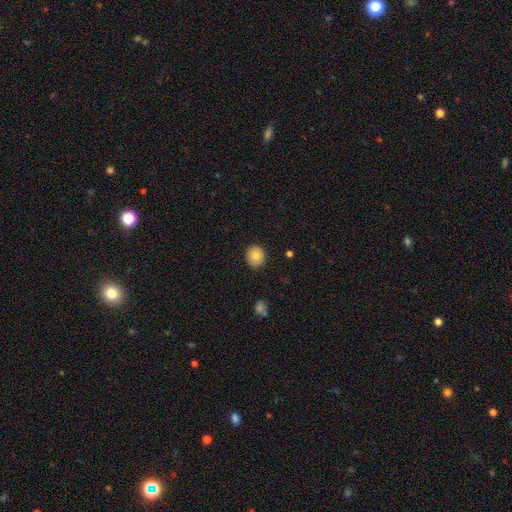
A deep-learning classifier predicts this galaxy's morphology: A smooth galaxy with no disk features (82%) that is round (87%).

Vote fractions:
- Smooth or featured? smooth: 82% / featured or disk: 9% / star or artifact: 9%
- How rounded? round: 87% / in between: 12% / cigar-shaped: 1%
- Merging? none: 91% / minor disturbance: 7% / major disturbance: 2% / merger: 1%